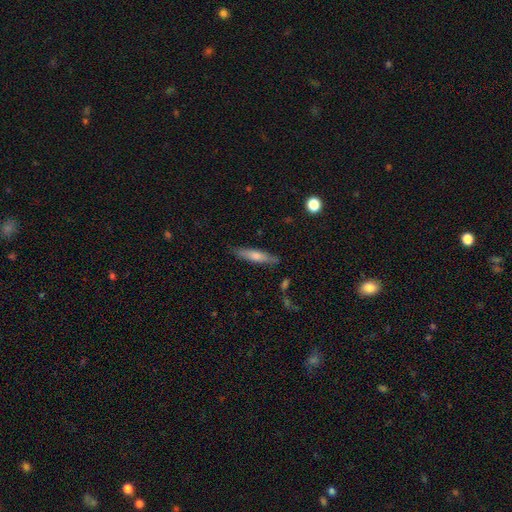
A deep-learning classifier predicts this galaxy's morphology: Smooth or featured? smooth (53%)
How rounded? cigar-shaped (85%)
Merging? none (86%)